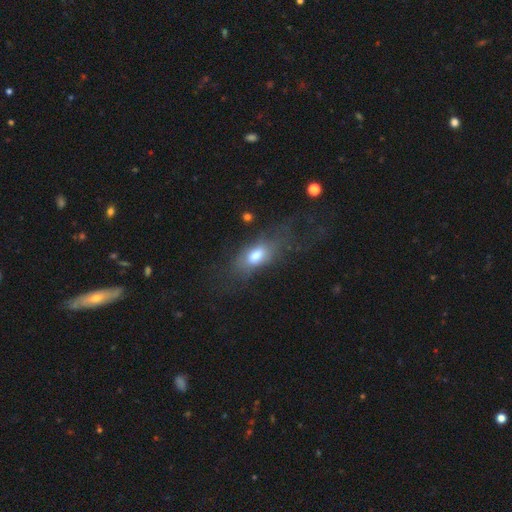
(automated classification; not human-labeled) A smooth galaxy with no disk features (67%) that is in between round and cigar-shaped (85%).

Vote fractions:
- Smooth or featured? smooth: 67% / featured or disk: 23% / star or artifact: 10%
- How rounded? in between: 85% / cigar-shaped: 9% / round: 6%
- Merging? none: 44% / major disturbance: 32% / minor disturbance: 21% / merger: 3%